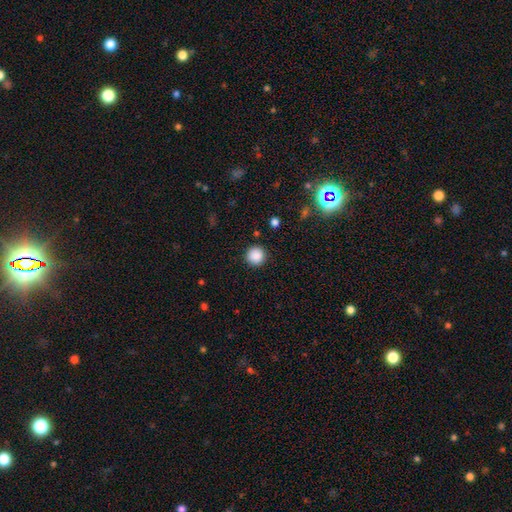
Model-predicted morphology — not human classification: The model was most divided on "smooth or featured": smooth: 87%, star or artifact: 10%, featured or disk: 3%. More confident: how rounded — round (95%); merging — none (91%).